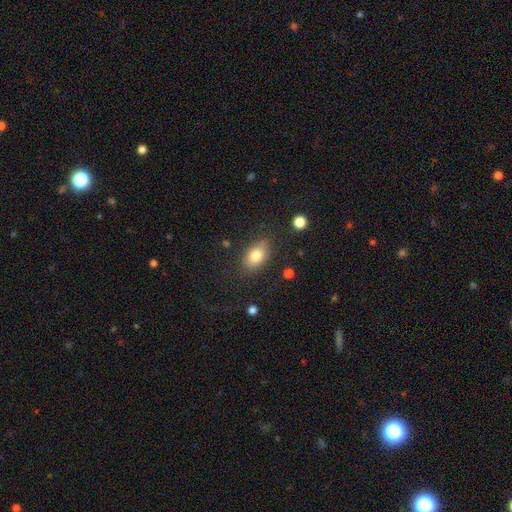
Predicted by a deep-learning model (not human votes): Smooth or featured? Predicted: smooth (p=0.78). How rounded? Predicted: in between (p=0.87). Merging? Predicted: none (p=0.81).